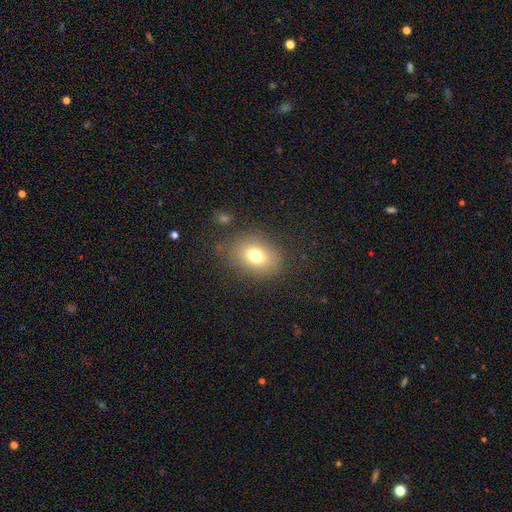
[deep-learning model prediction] smooth-or-featured: smooth: 75% | star or artifact: 13% | featured or disk: 13%
  how-rounded: in between: 60% | round: 39% | cigar-shaped: 1%
  merging: none: 80% | minor disturbance: 13% | major disturbance: 6% | merger: 2%